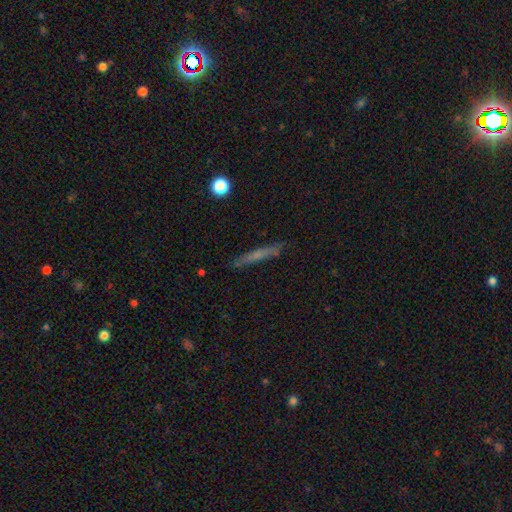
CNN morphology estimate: type=smooth (50%); roundness=cigar-shaped (94%); merging=none (87%).